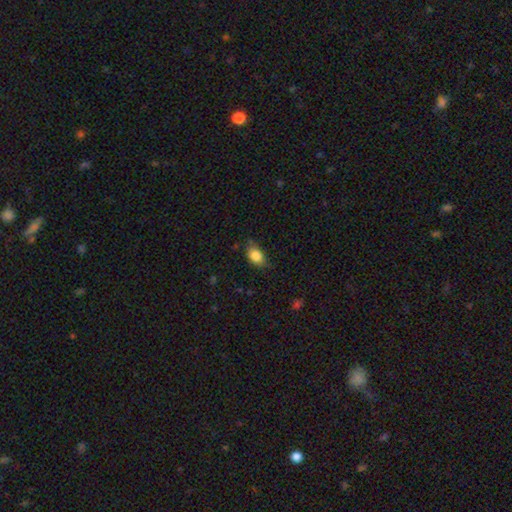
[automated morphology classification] Smooth or featured: smooth — 83% (featured or disk — 9%)
How rounded: in between — 79% (round — 19%)
Merging: none — 63% (minor disturbance — 30%)